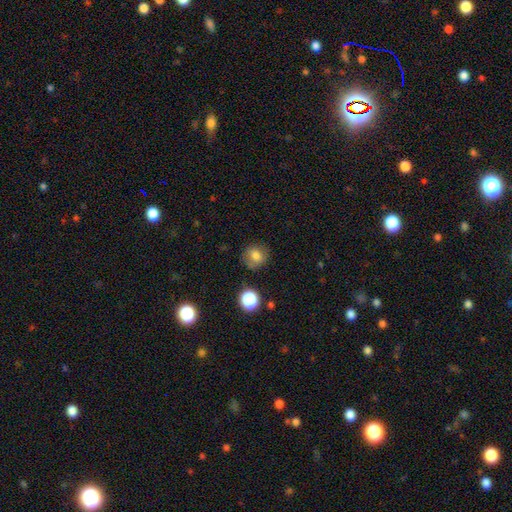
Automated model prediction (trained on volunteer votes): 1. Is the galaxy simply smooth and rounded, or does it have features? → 76% smooth, 13% star or artifact, 11% featured or disk.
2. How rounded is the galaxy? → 75% round, 24% in between, 1% cigar-shaped.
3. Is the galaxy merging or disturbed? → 76% none, 16% minor disturbance, 5% major disturbance, 3% merger.